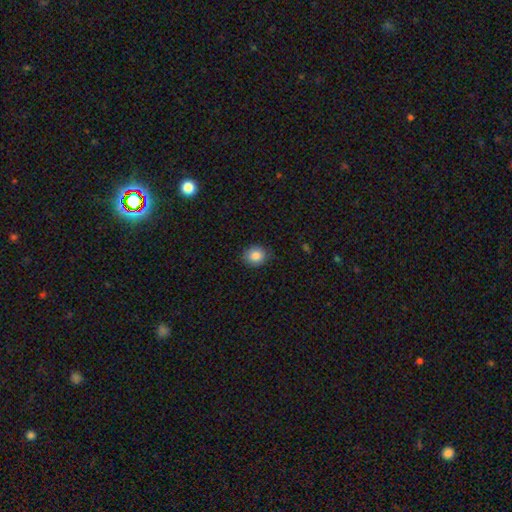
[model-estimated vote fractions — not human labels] Q: Smooth or featured?
A: smooth (84%); runner-up: star or artifact (9%)
Q: How rounded?
A: round (78%); runner-up: in between (21%)
Q: Merging?
A: none (87%); runner-up: minor disturbance (10%)